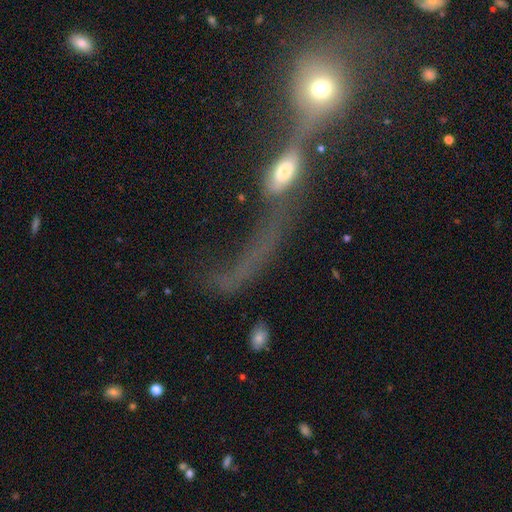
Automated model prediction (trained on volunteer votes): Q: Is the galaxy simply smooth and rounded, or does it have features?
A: featured or disk — 46%.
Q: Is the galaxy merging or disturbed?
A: merger — 52%.